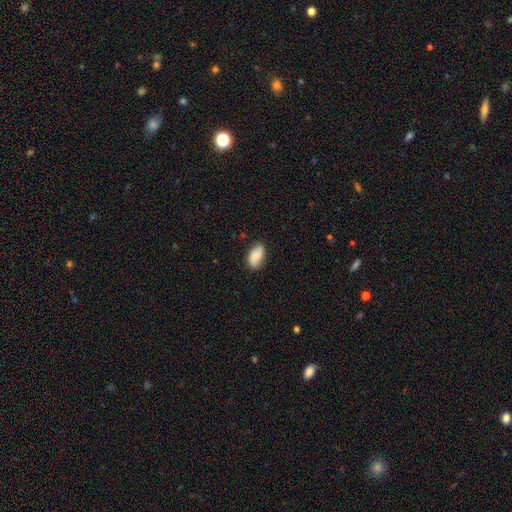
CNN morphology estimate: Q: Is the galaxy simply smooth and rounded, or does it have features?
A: smooth — 79%.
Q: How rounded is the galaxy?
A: in between — 93%.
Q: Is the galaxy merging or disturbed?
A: none — 77%.